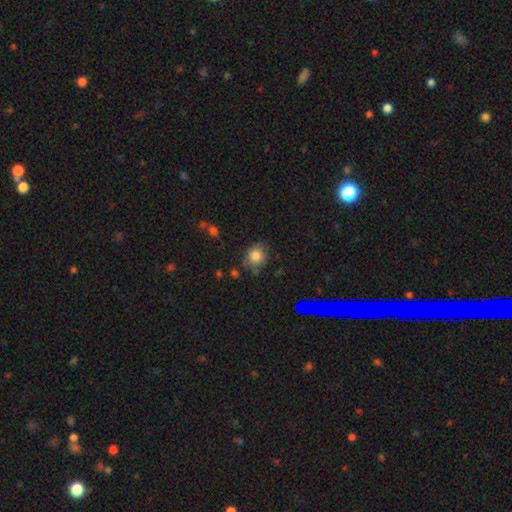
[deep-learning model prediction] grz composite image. It shows a smooth galaxy with no disk features (81%) that is round (81%). Merging: none (74%).